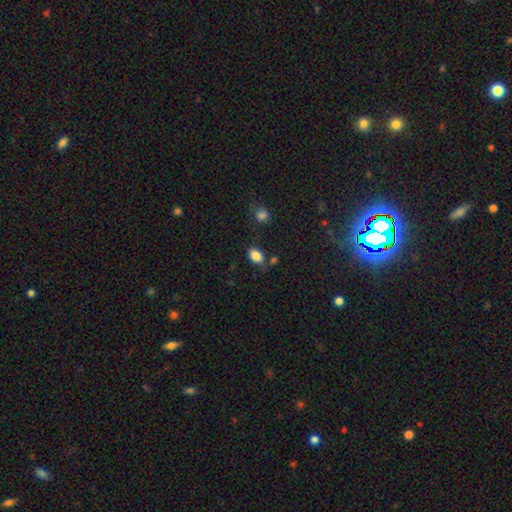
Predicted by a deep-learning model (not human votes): Smooth or featured: smooth — 85% (star or artifact — 10%)
How rounded: in between — 83% (round — 15%)
Merging: none — 70% (minor disturbance — 19%)